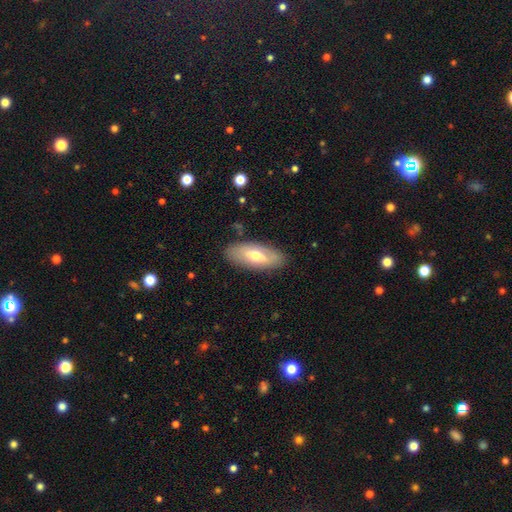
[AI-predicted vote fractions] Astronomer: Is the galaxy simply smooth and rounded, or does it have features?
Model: smooth — 51% (runner-up: featured or disk, 44%).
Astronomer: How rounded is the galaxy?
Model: in between — 85%.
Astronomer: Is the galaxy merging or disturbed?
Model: none — 84%.